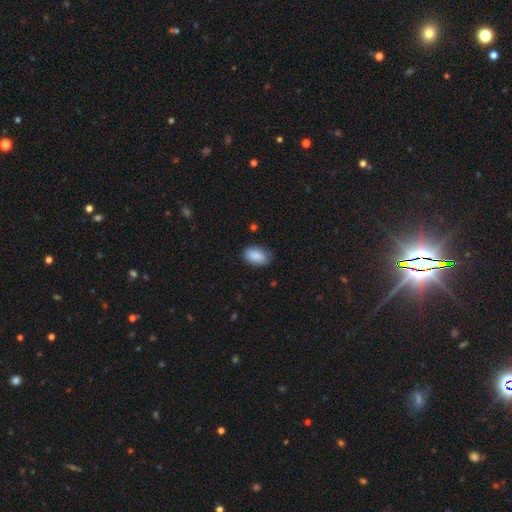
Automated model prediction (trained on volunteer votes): A smooth galaxy with no disk features (89%) that is in between round and cigar-shaped (92%).

Vote fractions:
- Smooth or featured? smooth: 89% / star or artifact: 6% / featured or disk: 5%
- How rounded? in between: 92% / round: 6% / cigar-shaped: 2%
- Merging? none: 79% / minor disturbance: 16% / major disturbance: 3% / merger: 1%